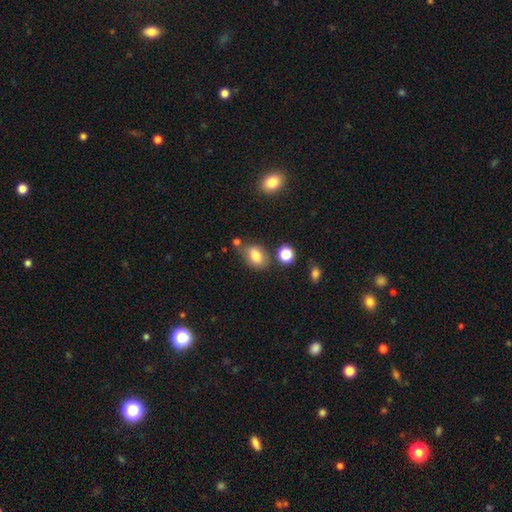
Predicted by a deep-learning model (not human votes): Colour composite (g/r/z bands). It shows a smooth galaxy with no disk features (79%) that is in between round and cigar-shaped (79%). Merging: none (64%).